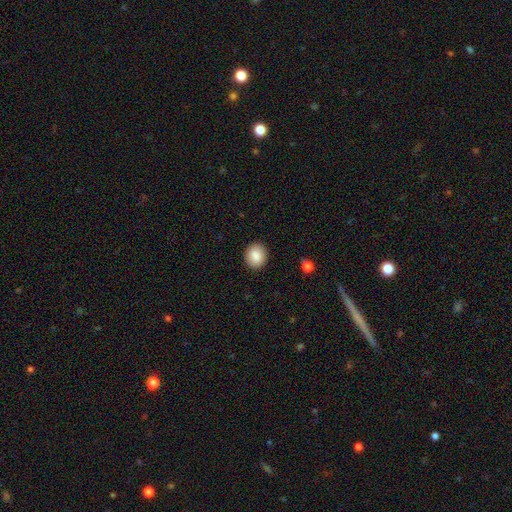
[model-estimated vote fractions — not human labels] Smooth or featured? Predicted: smooth (p=0.88). How rounded? Predicted: round (p=0.64). Merging? Predicted: none (p=0.91).